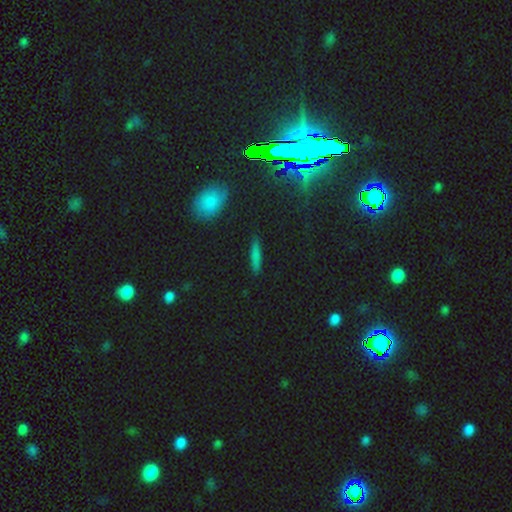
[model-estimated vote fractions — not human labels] The model was most divided on "smooth or featured": smooth: 71%, star or artifact: 15%, featured or disk: 14%. More confident: merging — none (88%); how rounded — cigar-shaped (82%).